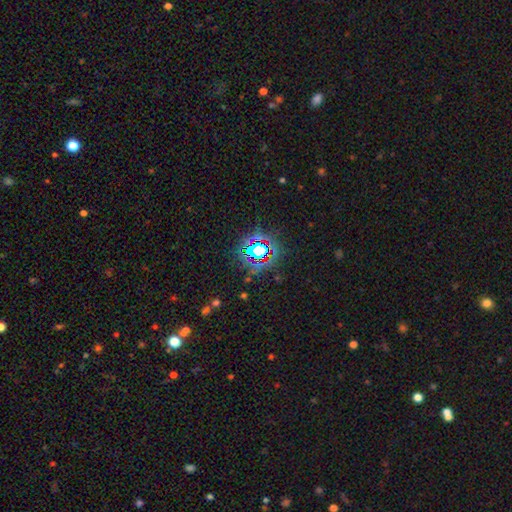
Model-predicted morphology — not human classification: Smooth or featured? star or artifact (72%)